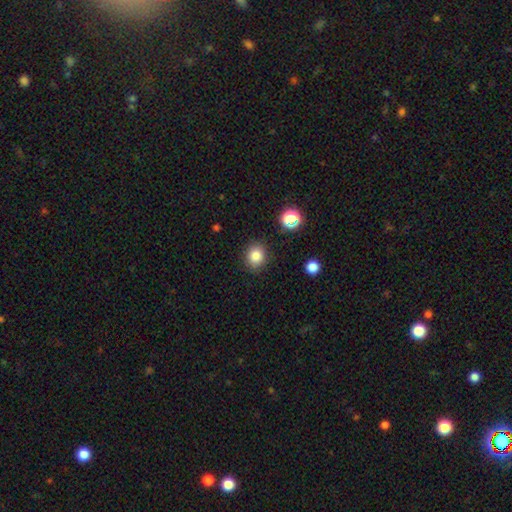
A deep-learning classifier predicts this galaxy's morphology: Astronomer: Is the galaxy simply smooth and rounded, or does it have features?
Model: smooth — 83%.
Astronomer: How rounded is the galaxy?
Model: round — 71%.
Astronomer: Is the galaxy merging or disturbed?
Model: none — 86%.